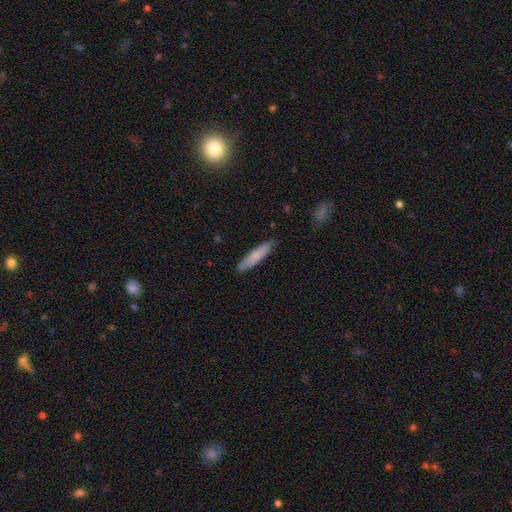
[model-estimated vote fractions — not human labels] This is likely a smooth galaxy (78%). How rounded: clearly cigar-shaped (85%). Merging: clearly none (87%).